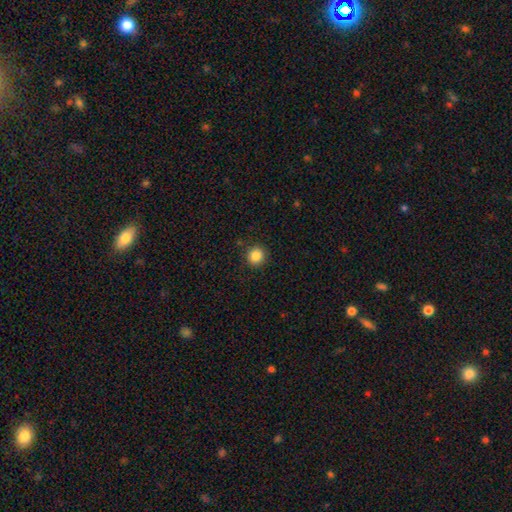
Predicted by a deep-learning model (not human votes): Smooth or featured?
  - smooth: 85% *
  - star or artifact: 10%
  - featured or disk: 4%
How rounded?
  - round: 93% *
  - in between: 6%
  - cigar-shaped: 1%
Merging?
  - none: 90% *
  - minor disturbance: 7%
  - major disturbance: 2%
  - merger: 1%